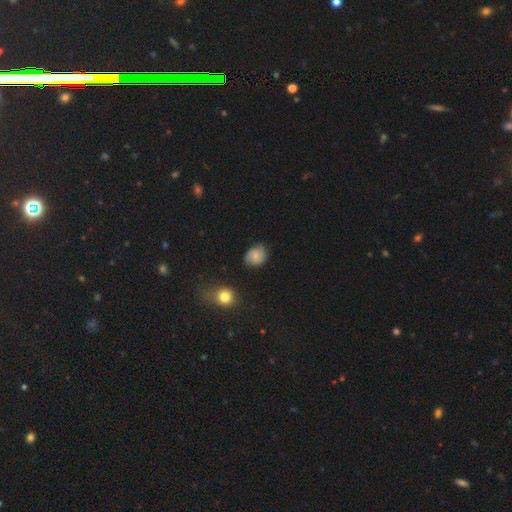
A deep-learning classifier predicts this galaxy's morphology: The model was most divided on "how rounded": round: 54%, in between: 45%, cigar-shaped: 1%. More confident: merging — none (67%); smooth or featured — smooth (61%).